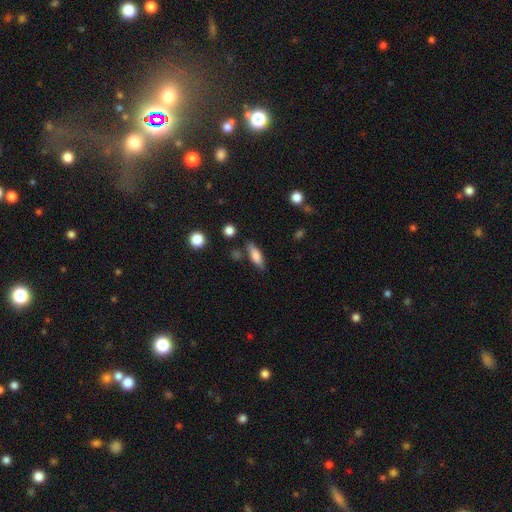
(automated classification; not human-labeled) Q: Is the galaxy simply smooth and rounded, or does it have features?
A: smooth — 73%.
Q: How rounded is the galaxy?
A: in between — 54%.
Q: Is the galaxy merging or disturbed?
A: none — 76%.